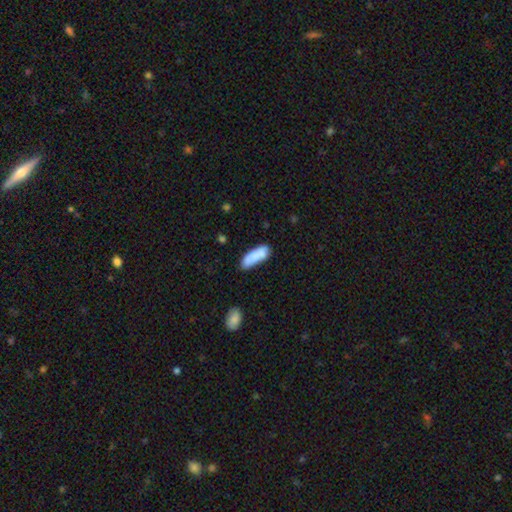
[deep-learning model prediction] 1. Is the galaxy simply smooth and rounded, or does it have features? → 78% smooth, 15% featured or disk, 7% star or artifact.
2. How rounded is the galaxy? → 65% in between, 33% cigar-shaped, 2% round.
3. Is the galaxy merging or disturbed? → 56% none, 25% minor disturbance, 12% merger, 7% major disturbance.